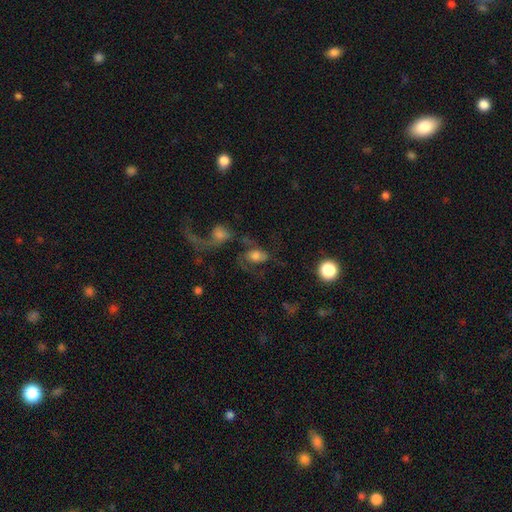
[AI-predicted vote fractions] Morphology: type=featured or disk (47%); merging=none (31%).